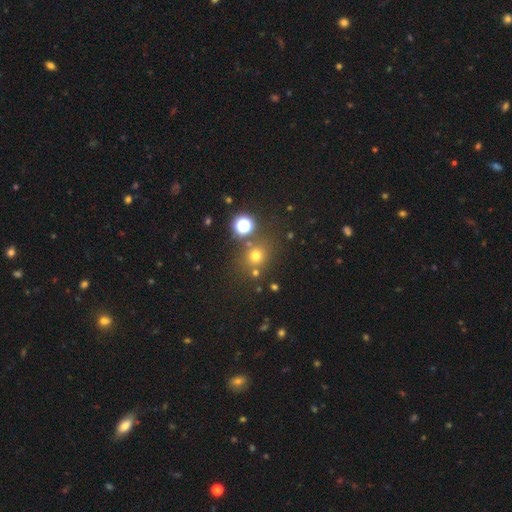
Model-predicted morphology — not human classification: The model was most divided on "smooth or featured": smooth: 66%, star or artifact: 26%, featured or disk: 8%. More confident: how rounded — round (83%); merging — none (76%).